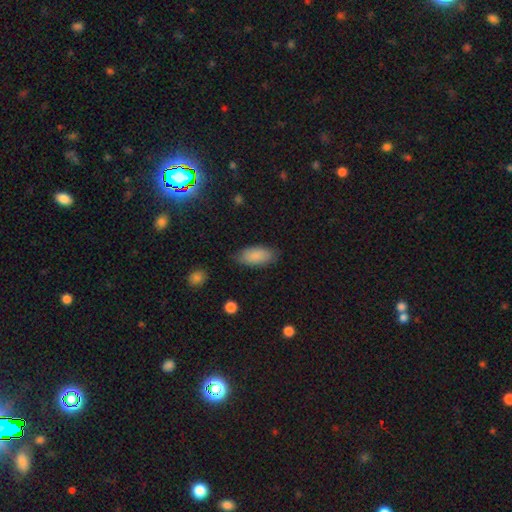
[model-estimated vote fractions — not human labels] The model was most divided on "merging": none: 78%, minor disturbance: 17%, major disturbance: 4%, merger: 1%. More confident: how rounded — in between (91%); smooth or featured — smooth (87%).